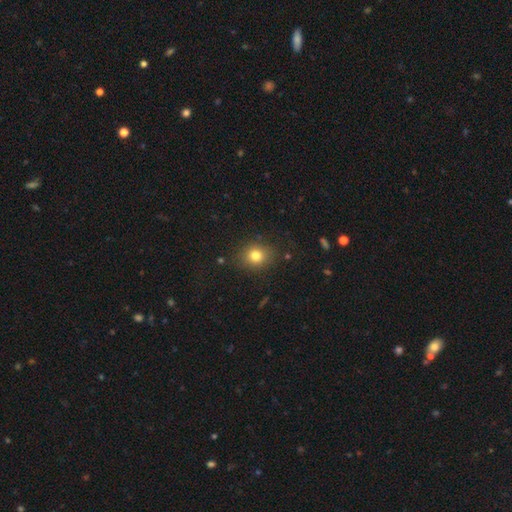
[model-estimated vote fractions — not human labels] A smooth galaxy with no disk features (79%) that is round (70%).

Vote fractions:
- Smooth or featured? smooth: 79% / star or artifact: 13% / featured or disk: 8%
- How rounded? round: 70% / in between: 29% / cigar-shaped: 1%
- Merging? none: 85% / minor disturbance: 10% / major disturbance: 3% / merger: 1%